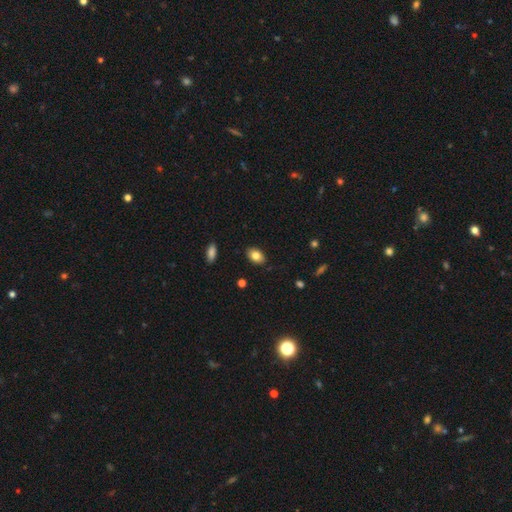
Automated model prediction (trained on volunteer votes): Q: Smooth or featured?
A: smooth (82%); runner-up: featured or disk (10%)
Q: How rounded?
A: in between (87%); runner-up: round (12%)
Q: Merging?
A: none (87%); runner-up: minor disturbance (10%)